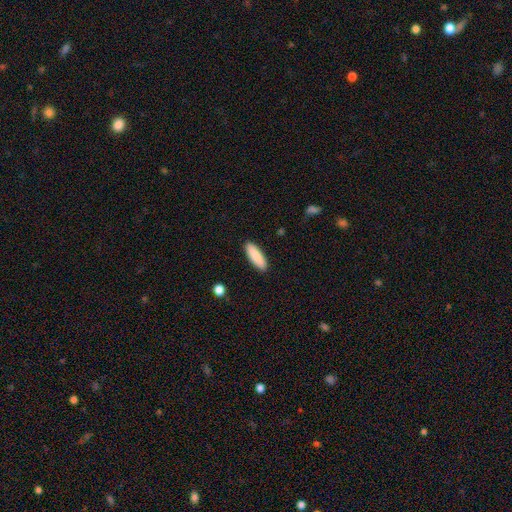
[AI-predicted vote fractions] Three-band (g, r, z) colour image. It shows a smooth galaxy with no disk features (89%) that is in between round and cigar-shaped (51%). Merging: none (90%).